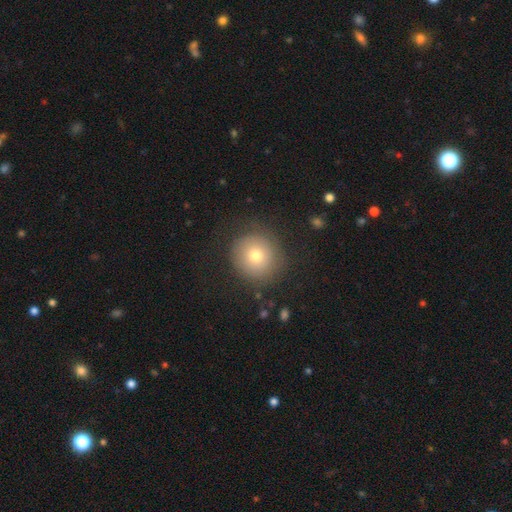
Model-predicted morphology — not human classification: Smooth or featured: smooth — 71% (featured or disk — 17%)
How rounded: round — 92% (in between — 7%)
Merging: none — 81% (minor disturbance — 12%)